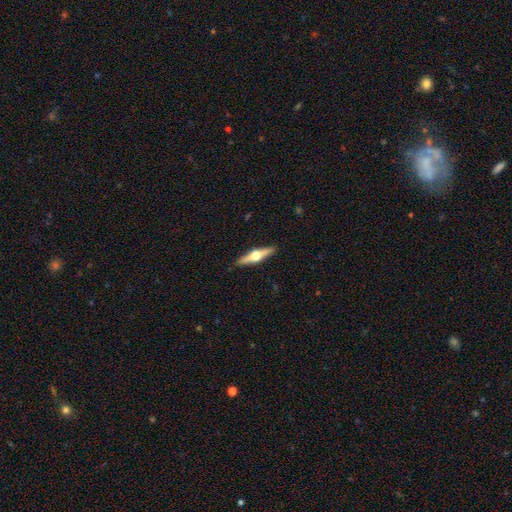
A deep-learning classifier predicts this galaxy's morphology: Smooth or featured? featured or disk (71%)
Edge-on disk? yes (97%)
Edge-on bulge? rounded (96%)
Merging? none (91%)